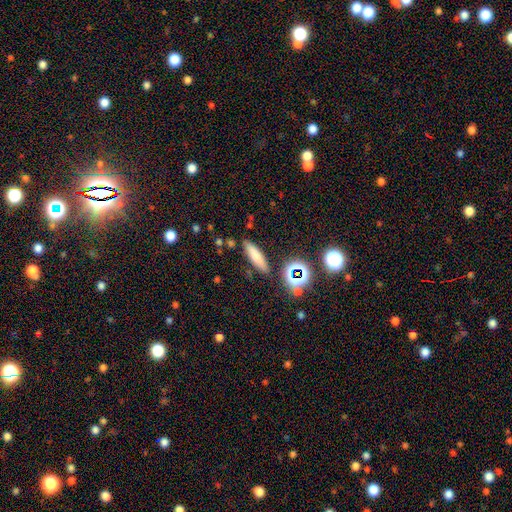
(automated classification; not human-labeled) Q: Smooth or featured?
A: smooth (74%); runner-up: star or artifact (14%)
Q: How rounded?
A: cigar-shaped (68%); runner-up: in between (28%)
Q: Merging?
A: none (85%); runner-up: minor disturbance (9%)